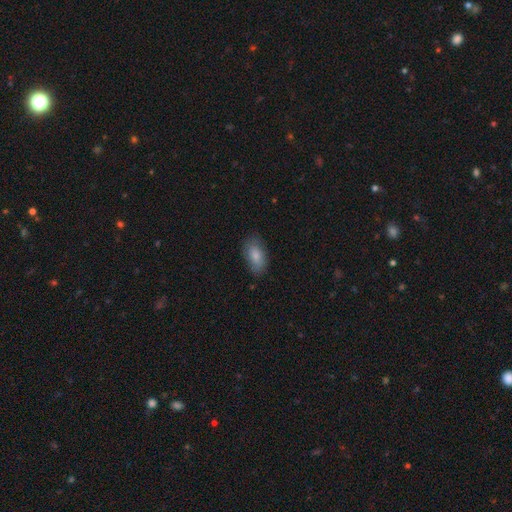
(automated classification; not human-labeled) A smooth galaxy with no disk features (82%) that is in between round and cigar-shaped (91%).

Vote fractions:
- Smooth or featured? smooth: 82% / featured or disk: 12% / star or artifact: 7%
- How rounded? in between: 91% / cigar-shaped: 5% / round: 4%
- Merging? none: 77% / minor disturbance: 18% / major disturbance: 4% / merger: 1%